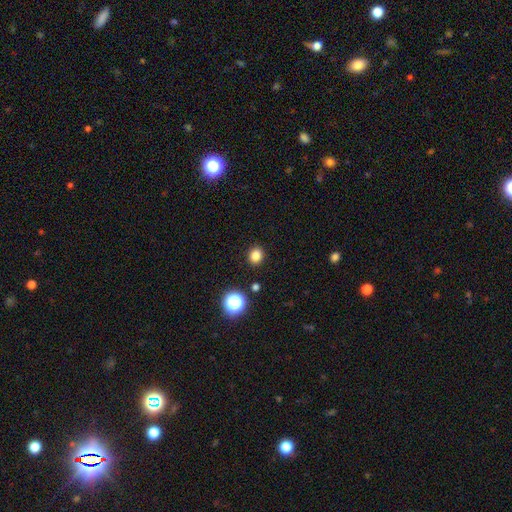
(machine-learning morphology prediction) Smooth or featured: smooth — 82% (star or artifact — 14%)
How rounded: round — 69% (in between — 30%)
Merging: none — 90% (minor disturbance — 6%)